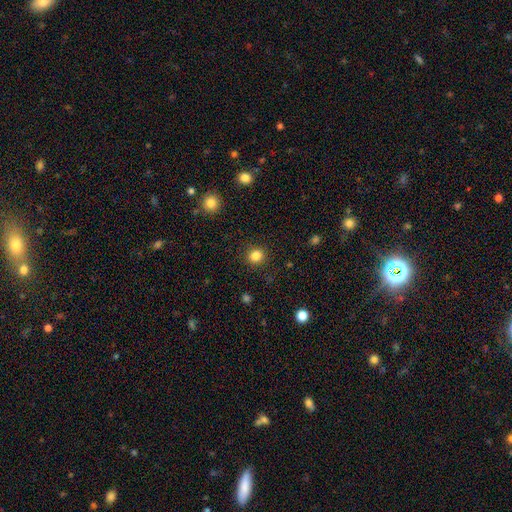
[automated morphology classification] Smooth or featured: smooth — 84% (star or artifact — 12%)
How rounded: round — 86% (in between — 13%)
Merging: none — 89% (minor disturbance — 7%)